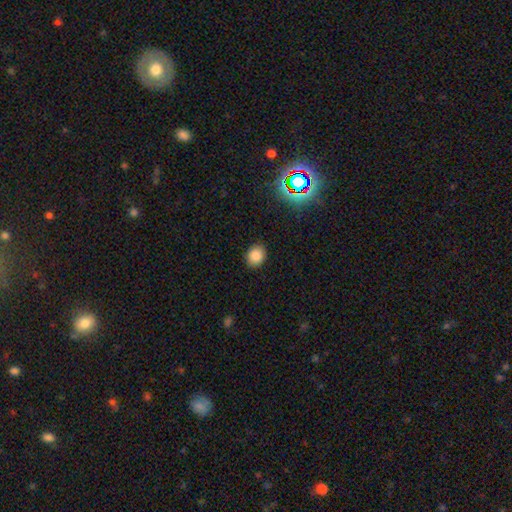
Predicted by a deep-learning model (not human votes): Smooth or featured?
  - smooth: 83% *
  - star or artifact: 12%
  - featured or disk: 5%
How rounded?
  - in between: 50% *
  - round: 49%
  - cigar-shaped: 1%
Merging?
  - none: 88% *
  - minor disturbance: 9%
  - major disturbance: 2%
  - merger: 1%